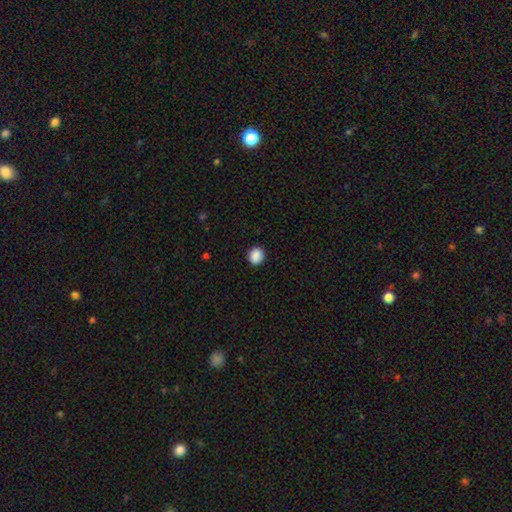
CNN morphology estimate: A smooth galaxy with no disk features (89%) that is round (69%). Merging: none (89%).